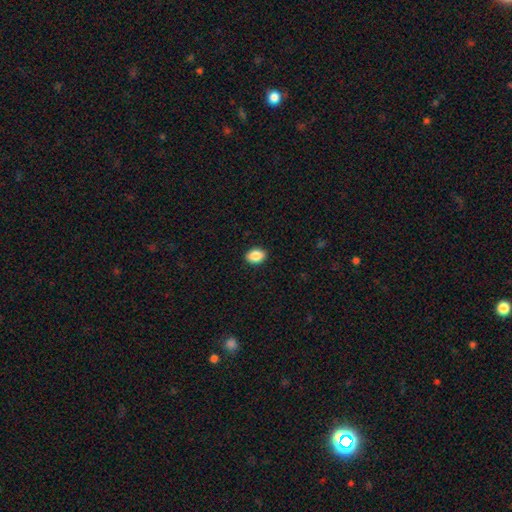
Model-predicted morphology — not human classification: smooth-or-featured: smooth: 89% | star or artifact: 8% | featured or disk: 4%
  how-rounded: in between: 71% | round: 28% | cigar-shaped: 1%
  merging: none: 90% | minor disturbance: 7% | major disturbance: 2% | merger: 1%